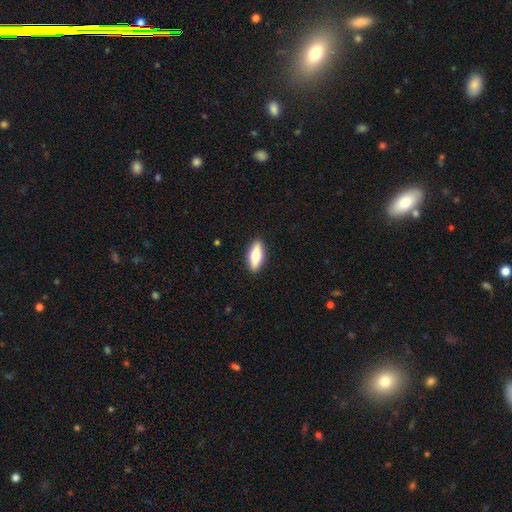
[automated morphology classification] type=smooth (65%); roundness=in between (65%); merging=none (90%).